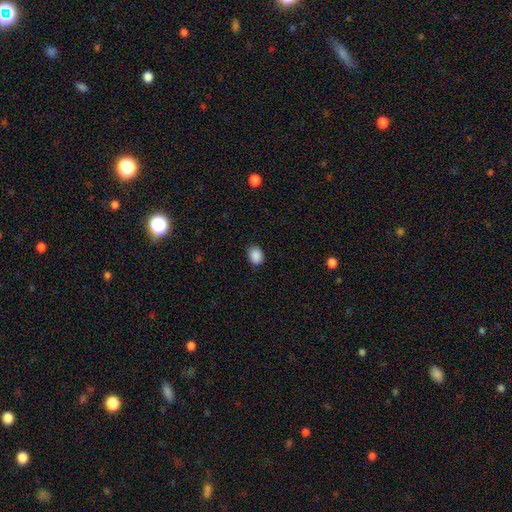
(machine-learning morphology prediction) This is clearly a smooth galaxy (89%). How rounded: possibly in between (57%). Merging: clearly none (84%).